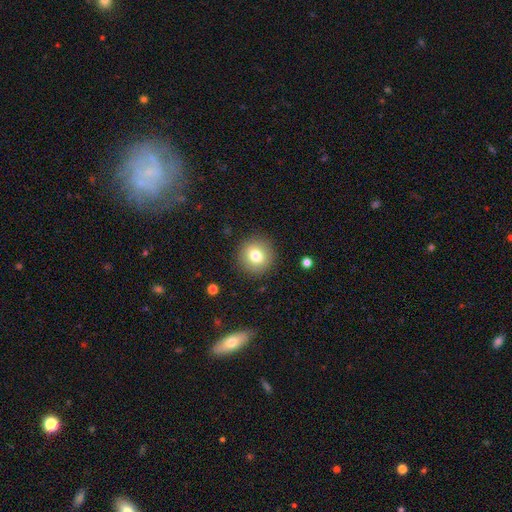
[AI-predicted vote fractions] smooth 76%, featured or disk 13%, star or artifact 11%. Down the decision tree: how rounded — round (92%); merging — none (90%).